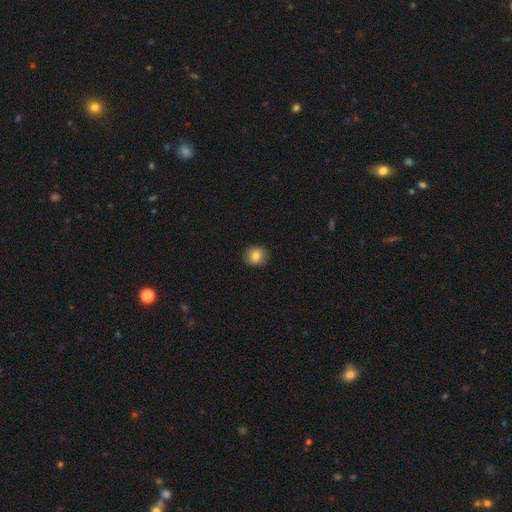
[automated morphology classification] This appears to be a smooth galaxy with no disk features (83%) that is round (83%). Merging: none (89%).